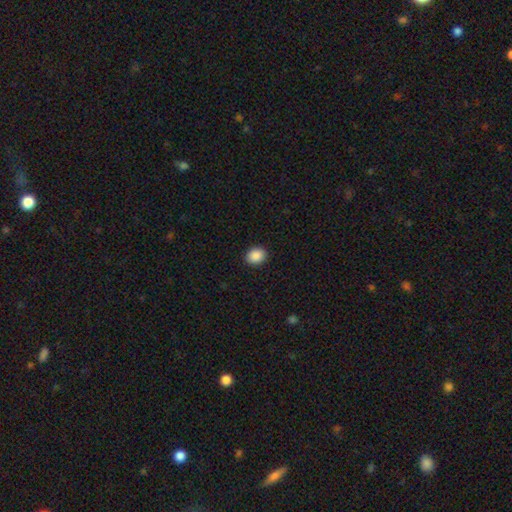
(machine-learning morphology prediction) Smooth or featured? smooth (89%)
How rounded? round (52%)
Merging? none (91%)